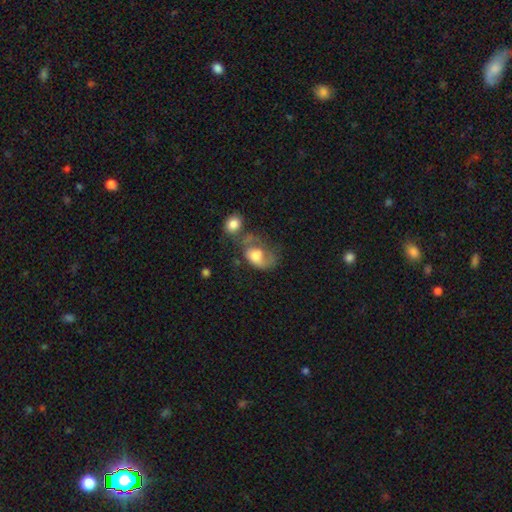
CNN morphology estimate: This appears to be a smooth galaxy with no disk features (53%) that is in between round and cigar-shaped (76%). Merging: major disturbance (38%).